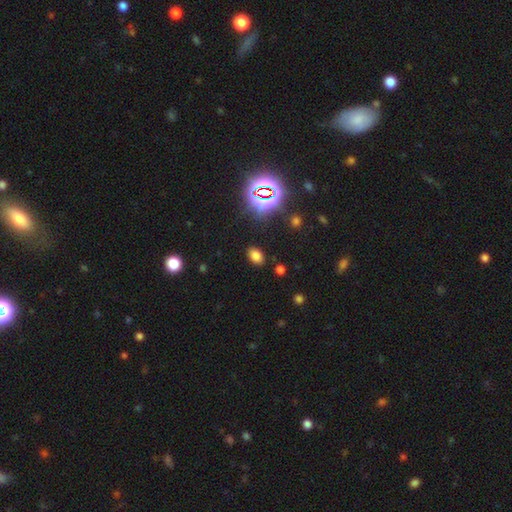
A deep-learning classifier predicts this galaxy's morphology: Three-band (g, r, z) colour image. It shows a smooth galaxy with no disk features (72%) that is in between round and cigar-shaped (84%). Merging: none (85%).